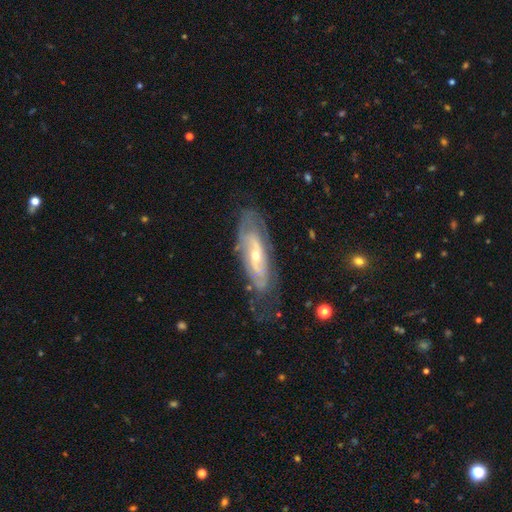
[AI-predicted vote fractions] Smooth or featured? featured or disk (81%)
Edge-on disk? no (84%)
Bar? no (52%)
Spiral arms? yes (87%)
Spiral winding? tight (55%)
Spiral arm count? can't tell (44%)
Bulge size? small (58%)
Merging? none (67%)